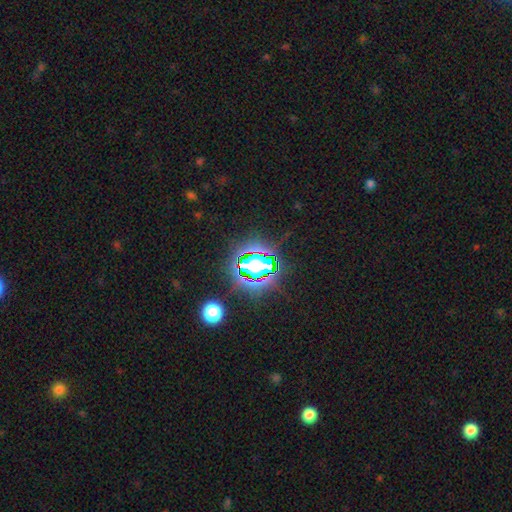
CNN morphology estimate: Q: Smooth or featured?
A: star or artifact (79%); runner-up: smooth (13%)